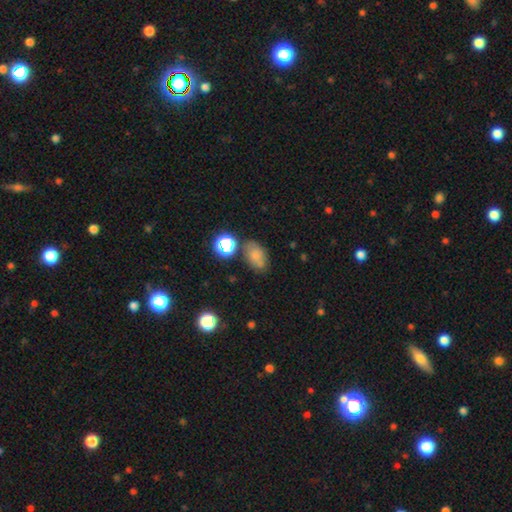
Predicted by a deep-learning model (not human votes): A smooth galaxy with no disk features (70%) that is in between round and cigar-shaped (81%). Merging: none (63%).